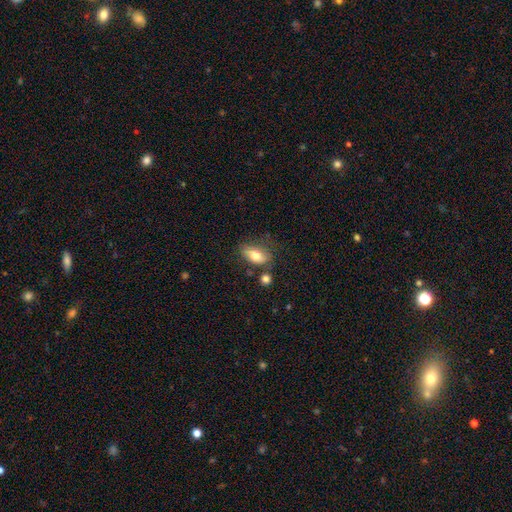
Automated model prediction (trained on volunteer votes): A smooth galaxy with no disk features (73%) that is in between round and cigar-shaped (87%).

Vote fractions:
- Smooth or featured? smooth: 73% / featured or disk: 19% / star or artifact: 8%
- How rounded? in between: 87% / round: 7% / cigar-shaped: 6%
- Merging? none: 61% / minor disturbance: 23% / merger: 9% / major disturbance: 7%